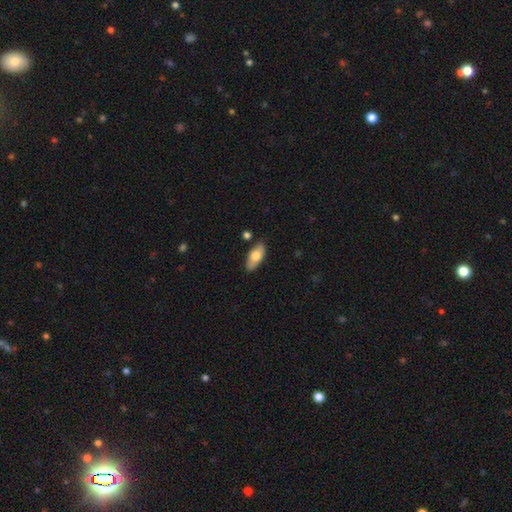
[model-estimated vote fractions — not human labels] This appears to be a smooth galaxy with no disk features (68%) that is in between round and cigar-shaped (85%). Merging: none (83%).